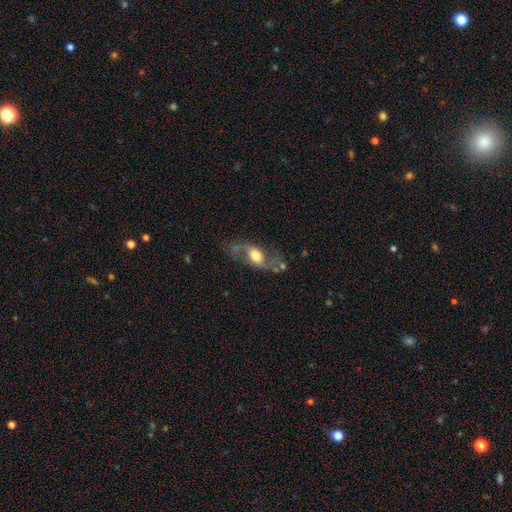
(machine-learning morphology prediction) Overall: featured or disk (78%). Edge-on disk: no (93%). Bar: no (54%; weak 34%). Spiral arms: yes (90%). Spiral arm count: 2 (92%). Spiral winding: loose (76%). Bulge size: moderate (55%; large 32%). Merging: none (64%).